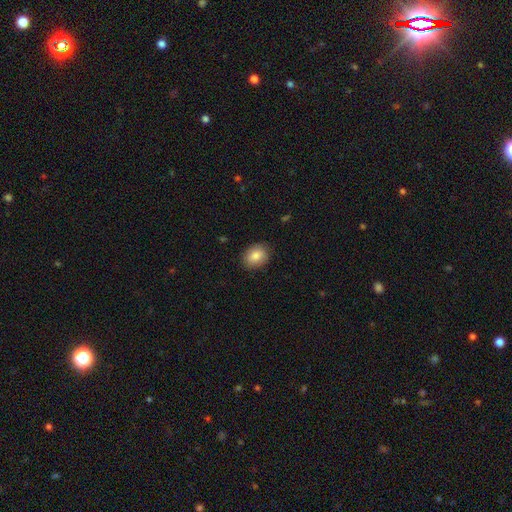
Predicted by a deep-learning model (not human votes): Smooth or featured? smooth (84%)
How rounded? in between (54%)
Merging? none (86%)